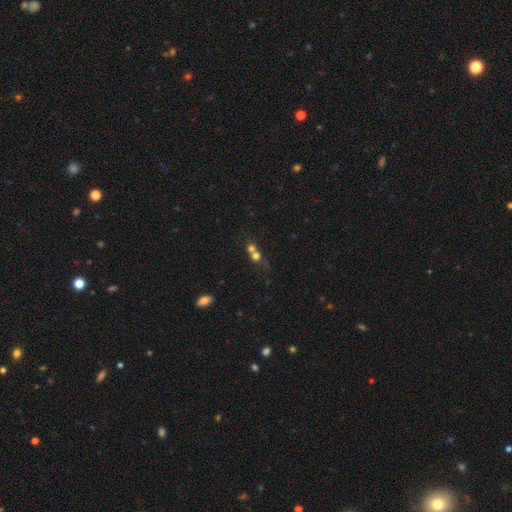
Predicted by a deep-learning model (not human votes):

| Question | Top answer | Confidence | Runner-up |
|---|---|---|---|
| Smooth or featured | smooth | 65% | star or artifact (18%) |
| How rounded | round | 78% | in between (19%) |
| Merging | merger | 61% | none (30%) |